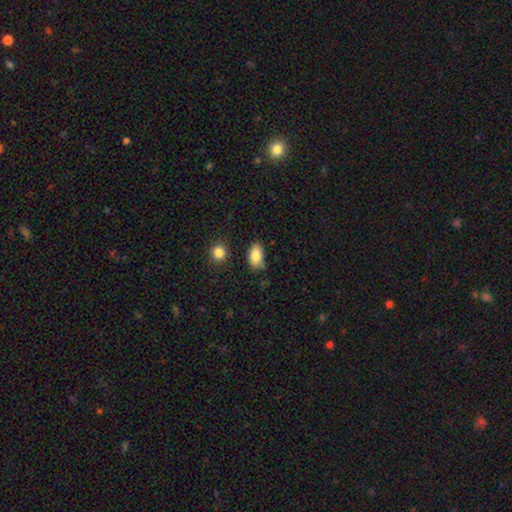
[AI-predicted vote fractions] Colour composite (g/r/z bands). It shows a smooth galaxy with no disk features (84%) that is in between round and cigar-shaped (92%). Merging: none (74%).